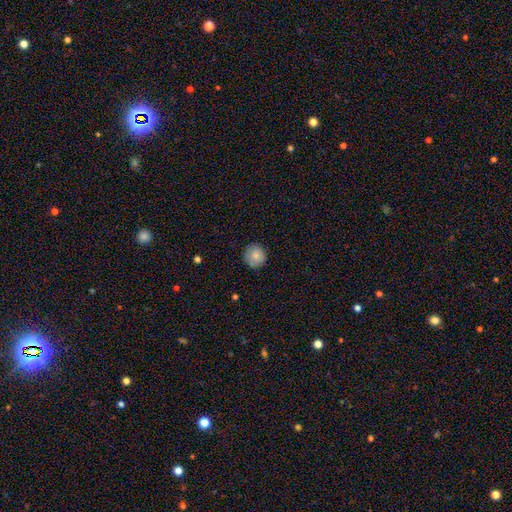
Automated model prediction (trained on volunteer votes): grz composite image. It shows a smooth galaxy with no disk features (83%) that is round (91%). Merging: none (85%).